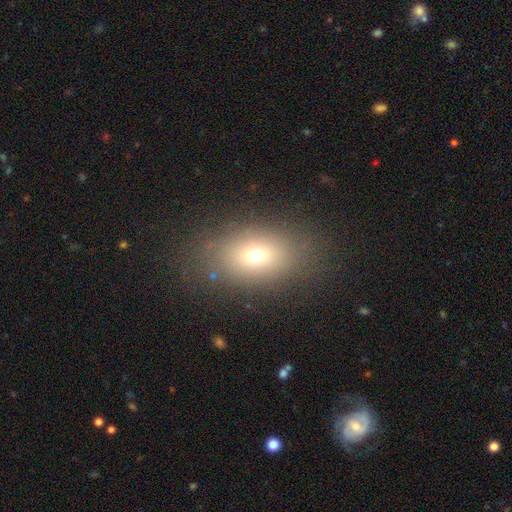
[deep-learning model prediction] Smooth or featured: smooth — 68% (featured or disk — 16%)
How rounded: in between — 78% (round — 20%)
Merging: none — 80% (minor disturbance — 12%)